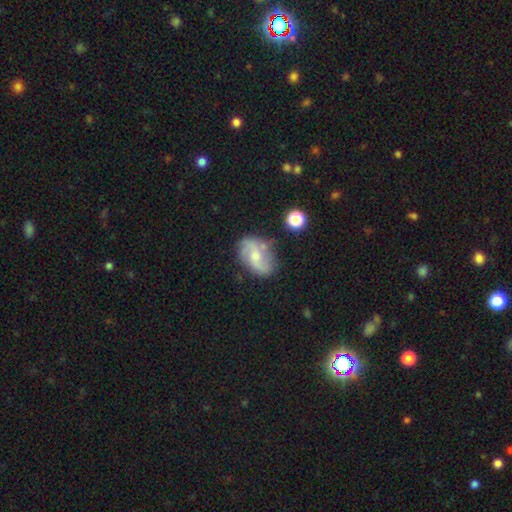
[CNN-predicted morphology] Smooth or featured: featured or disk — 68% (smooth — 24%)
Edge-on disk: no — 96% (yes — 4%)
Bar: no — 51% (weak — 40%)
Spiral arms: yes — 89% (no — 11%)
Spiral winding: loose — 50% (medium — 37%)
Spiral arm count: 2 — 83% (can't tell — 9%)
Bulge size: moderate — 52% (small — 41%)
Merging: none — 64% (minor disturbance — 22%)